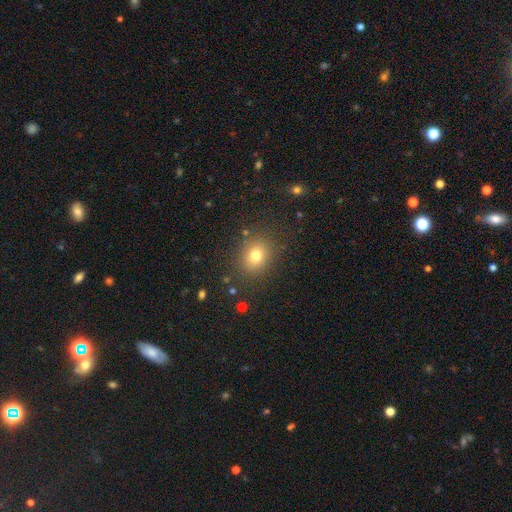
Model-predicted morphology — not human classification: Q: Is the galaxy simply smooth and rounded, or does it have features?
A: smooth — 76%.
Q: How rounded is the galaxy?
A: round — 68%.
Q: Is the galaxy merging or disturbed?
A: none — 84%.